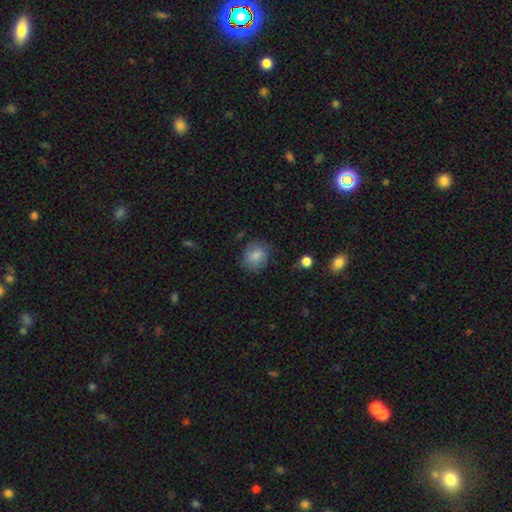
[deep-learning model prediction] smooth_or_featured: smooth (p=0.77) [alt: featured or disk p=0.15]
how_rounded: round (p=0.59) [alt: in between p=0.40]
merging: none (p=0.74) [alt: minor disturbance p=0.19]